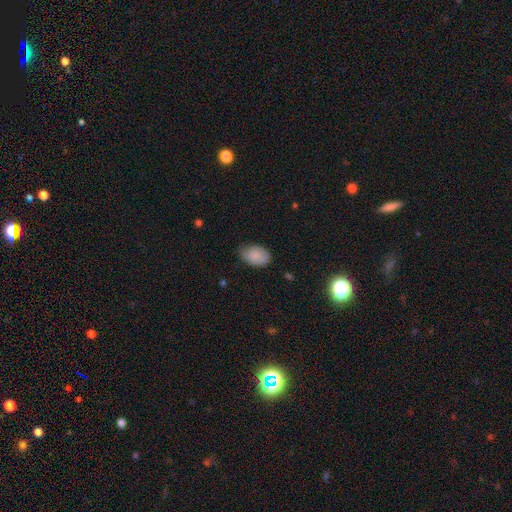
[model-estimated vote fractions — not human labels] The model was most divided on "merging": none: 62%, minor disturbance: 31%, major disturbance: 5%, merger: 1%. More confident: how rounded — in between (87%); smooth or featured — smooth (85%).